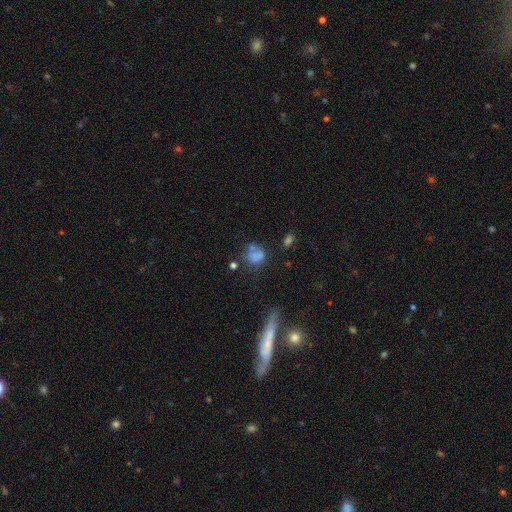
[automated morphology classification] The model was most divided on "merging": none: 38%, merger: 24%, minor disturbance: 21%, major disturbance: 18%. More confident: smooth or featured — smooth (64%); how rounded — round (58%).